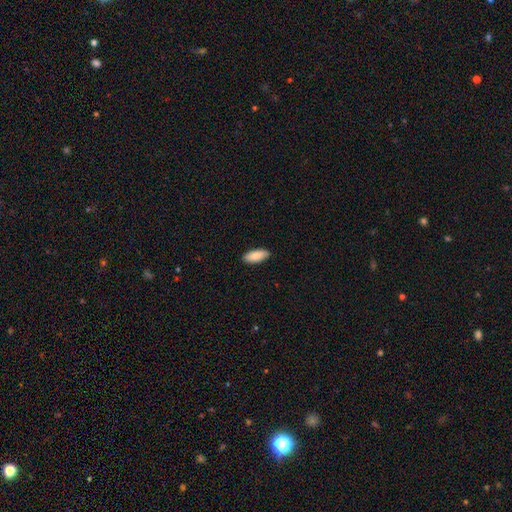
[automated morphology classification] smooth 87%, featured or disk 7%, star or artifact 6%. Down the decision tree: how rounded — in between (83%); merging — none (89%).